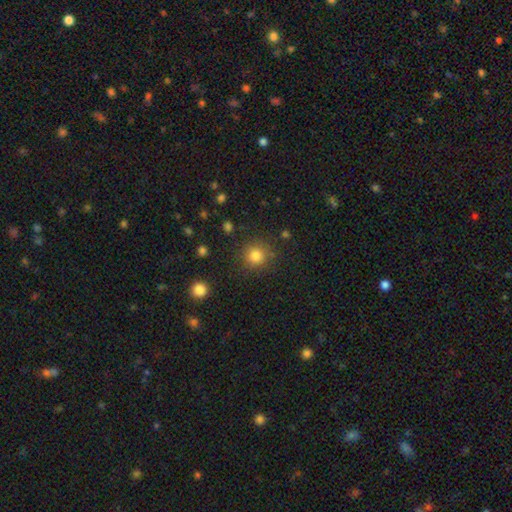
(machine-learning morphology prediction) The model was most divided on "smooth or featured": smooth: 82%, star or artifact: 13%, featured or disk: 6%. More confident: how rounded — round (92%); merging — none (85%).